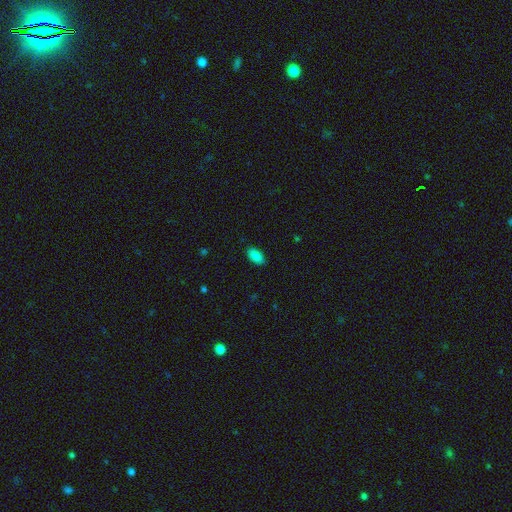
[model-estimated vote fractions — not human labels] This appears to be a smooth galaxy with no disk features (87%) that is in between round and cigar-shaped (94%). Merging: none (89%).